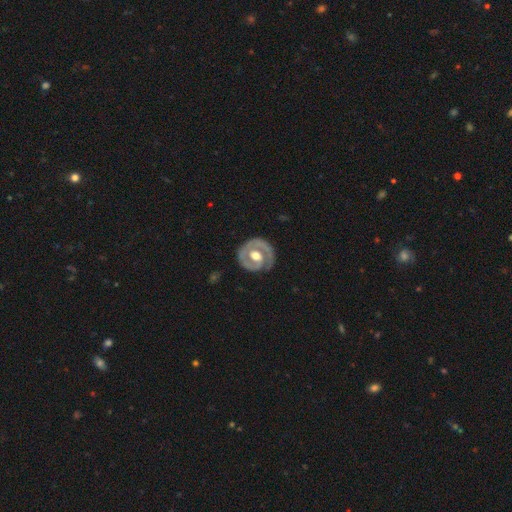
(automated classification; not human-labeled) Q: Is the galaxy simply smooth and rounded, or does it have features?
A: featured or disk — 78%.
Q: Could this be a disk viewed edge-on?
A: no — 96%.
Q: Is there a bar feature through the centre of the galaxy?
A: no — 55%.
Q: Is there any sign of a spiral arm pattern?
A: yes — 70%.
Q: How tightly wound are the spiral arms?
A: tight — 62%.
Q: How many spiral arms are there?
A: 2 — 51%.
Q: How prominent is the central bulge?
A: moderate — 67%.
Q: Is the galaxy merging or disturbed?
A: none — 77%.